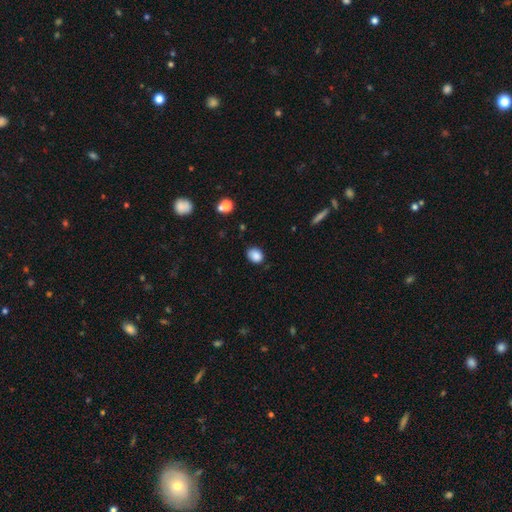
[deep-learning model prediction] The model was most divided on "how rounded": in between: 57%, round: 42%, cigar-shaped: 1%. More confident: smooth or featured — smooth (86%); merging — none (78%).